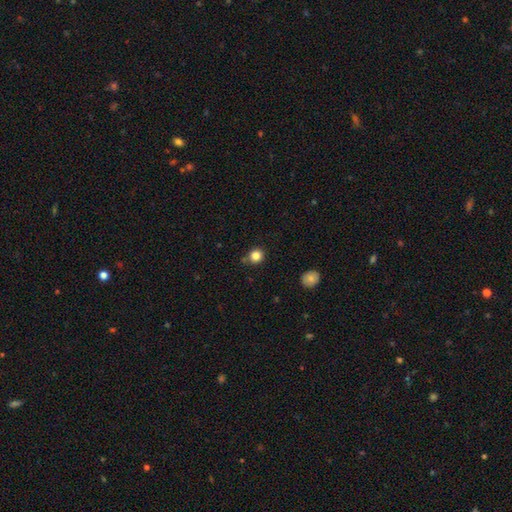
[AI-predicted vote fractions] Morphology: type=smooth (83%); roundness=round (88%); merging=none (79%).